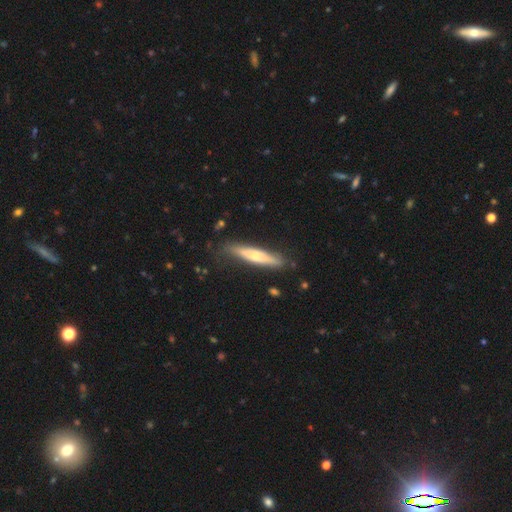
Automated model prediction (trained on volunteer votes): smooth 48%, featured or disk 47%, star or artifact 5%. Down the decision tree: merging — none (78%).